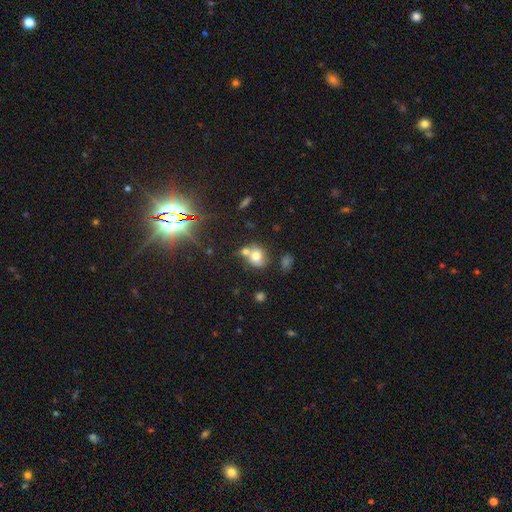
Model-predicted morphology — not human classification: smooth 66%, featured or disk 20%, star or artifact 14%. Down the decision tree: how rounded — round (65%); merging — none (42%).